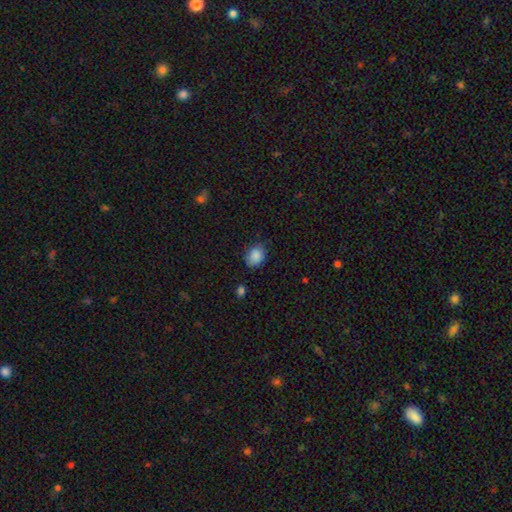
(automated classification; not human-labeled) Morphology: type=smooth (87%); roundness=in between (54%); merging=none (76%).